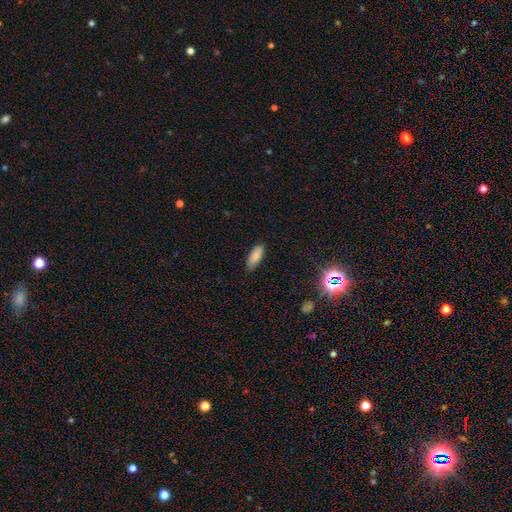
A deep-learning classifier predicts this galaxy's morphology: smooth-or-featured: smooth: 82% | featured or disk: 10% | star or artifact: 8%
  how-rounded: in between: 81% | cigar-shaped: 17% | round: 2%
  merging: none: 85% | minor disturbance: 12% | major disturbance: 2% | merger: 1%